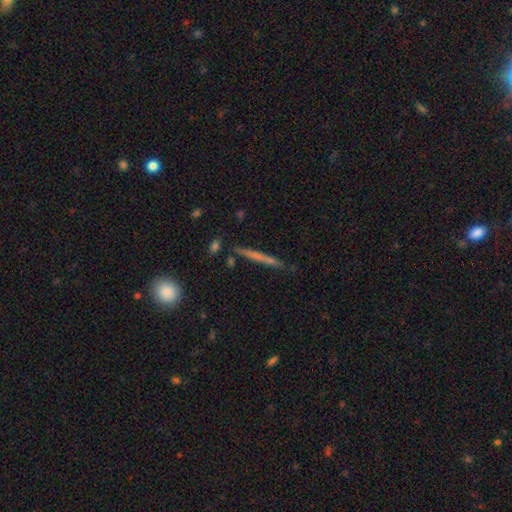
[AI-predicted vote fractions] This is possibly a featured or disk galaxy (51%). It is clearly viewed edge-on (92%). Merging: clearly none (86%).